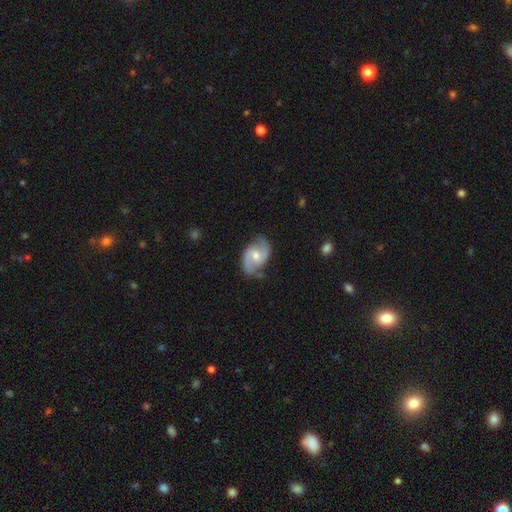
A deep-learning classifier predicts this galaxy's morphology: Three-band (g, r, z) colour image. It shows a featured or disk galaxy (81%) with no bar (53%), 2 (91%) medium (50%) spiral arms (95%) and a moderate central bulge (62%). Merging: none (77%).